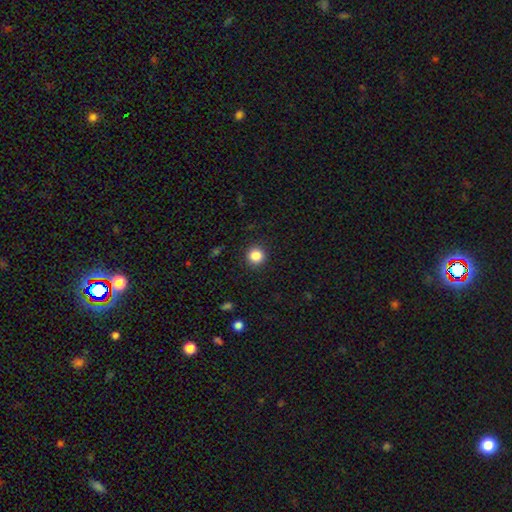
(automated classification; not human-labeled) smooth 85%, star or artifact 11%, featured or disk 4%. Down the decision tree: how rounded — round (94%); merging — none (92%).